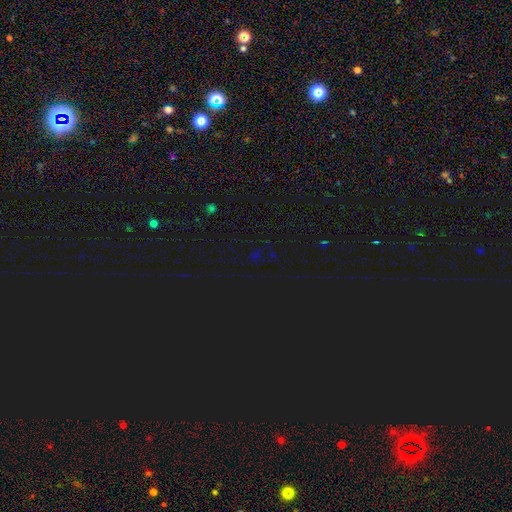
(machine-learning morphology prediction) Smooth or featured? star or artifact (73%)